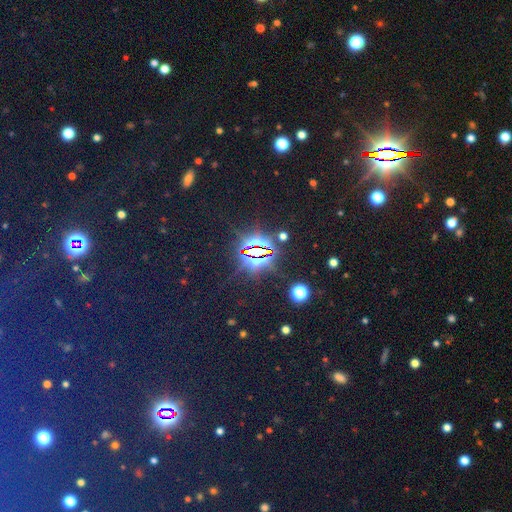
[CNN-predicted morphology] A star or artifact, not a galaxy (81%).

Vote fractions:
- Smooth or featured? star or artifact: 81% / smooth: 10% / featured or disk: 9%